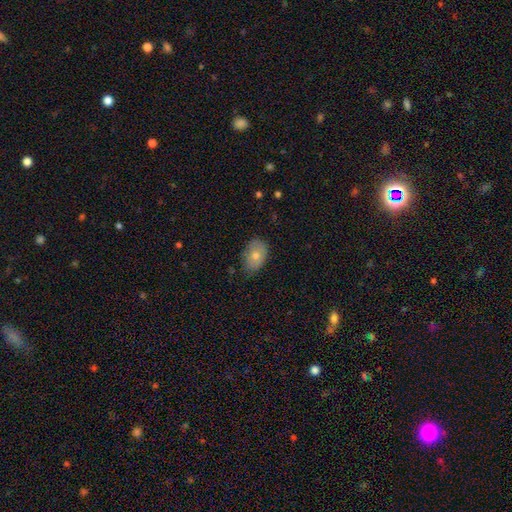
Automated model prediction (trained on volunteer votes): A smooth galaxy with no disk features (74%) that is in between round and cigar-shaped (82%).

Vote fractions:
- Smooth or featured? smooth: 74% / featured or disk: 19% / star or artifact: 7%
- How rounded? in between: 82% / round: 16% / cigar-shaped: 1%
- Merging? none: 70% / minor disturbance: 24% / major disturbance: 4% / merger: 1%